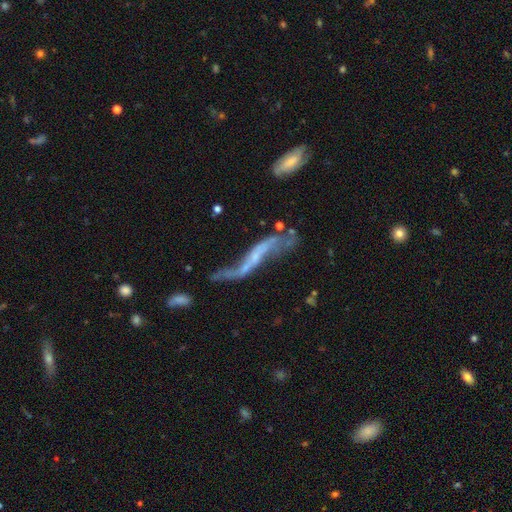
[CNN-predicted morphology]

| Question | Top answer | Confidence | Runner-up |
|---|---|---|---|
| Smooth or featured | featured or disk | 73% | smooth (17%) |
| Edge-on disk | no | 73% | yes (27%) |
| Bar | no | 46% | weak (32%) |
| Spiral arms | yes | 74% | no (26%) |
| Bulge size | small | 49% | none (37%) |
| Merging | none | 34% | major disturbance (28%) |